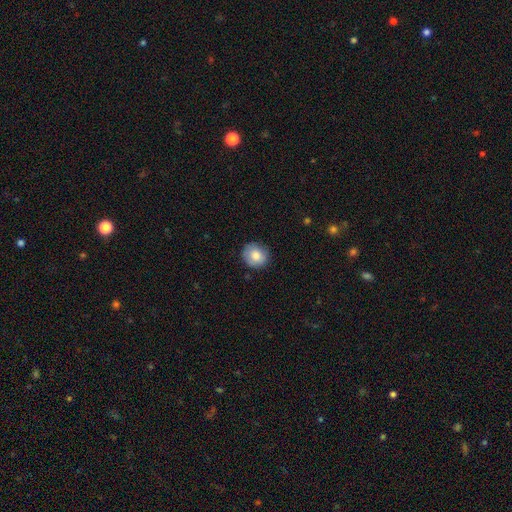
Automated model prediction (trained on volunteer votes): Morphology: type=smooth (82%); roundness=round (83%); merging=none (83%).